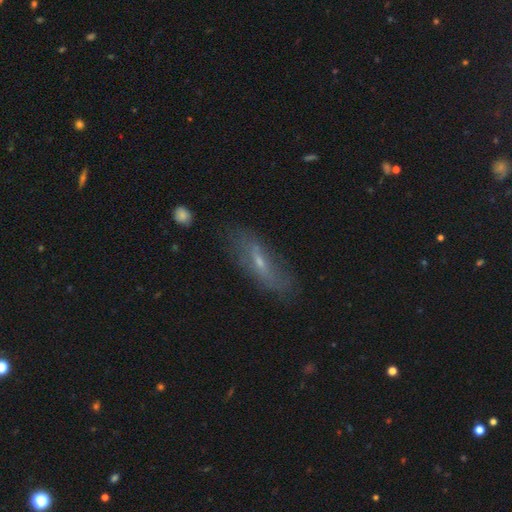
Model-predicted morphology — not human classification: Overall: featured or disk (53%; smooth 35%). Edge-on disk: no (63%; yes 37%). Merging: none (75%).